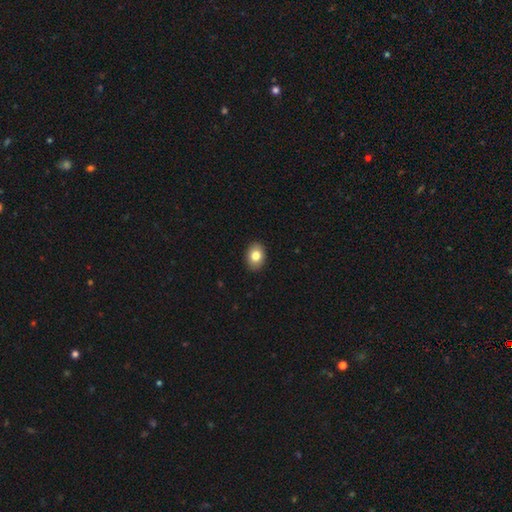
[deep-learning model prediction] Q: Smooth or featured?
A: smooth (82%); runner-up: featured or disk (10%)
Q: How rounded?
A: in between (71%); runner-up: round (28%)
Q: Merging?
A: none (91%); runner-up: minor disturbance (7%)